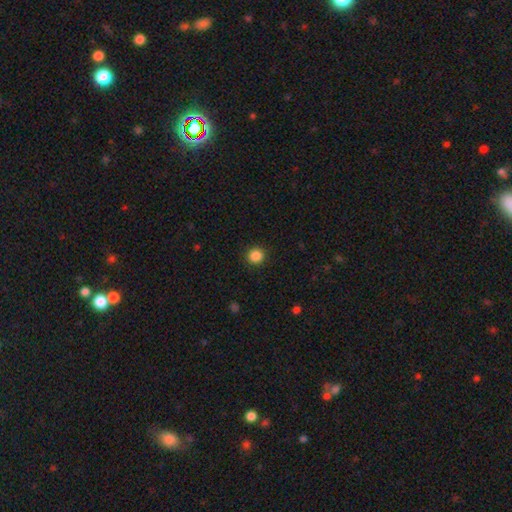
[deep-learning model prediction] This appears to be a smooth galaxy with no disk features (87%) that is round (92%). Merging: none (91%).